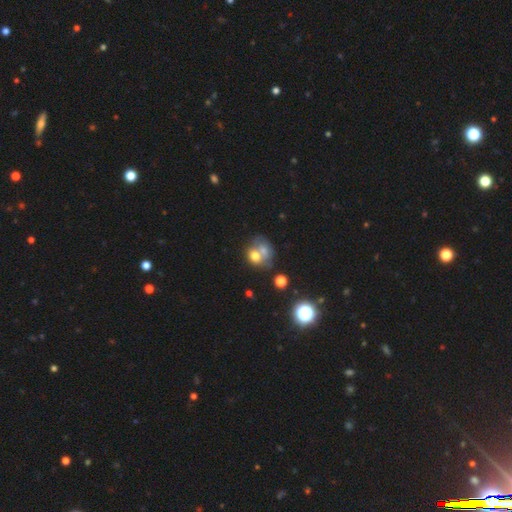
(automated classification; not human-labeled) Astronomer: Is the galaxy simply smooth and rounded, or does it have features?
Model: smooth — 63%.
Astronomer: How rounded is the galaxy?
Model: round — 61% (runner-up: in between, 38%).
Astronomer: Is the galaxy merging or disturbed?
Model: merger — 59%.